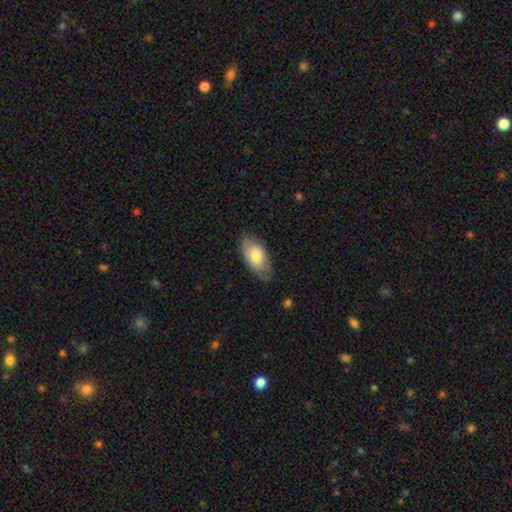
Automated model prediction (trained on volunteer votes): Smooth or featured: smooth — 68% (featured or disk — 27%)
How rounded: in between — 92% (cigar-shaped — 4%)
Merging: none — 67% (minor disturbance — 26%)